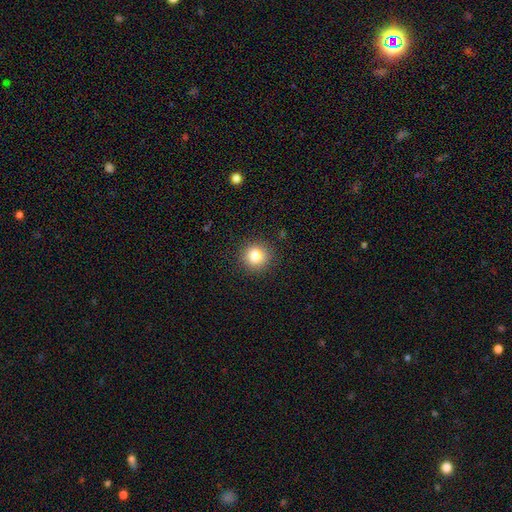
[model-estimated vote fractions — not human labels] Smooth or featured? Predicted: smooth (p=0.82). How rounded? Predicted: round (p=0.92). Merging? Predicted: none (p=0.90).